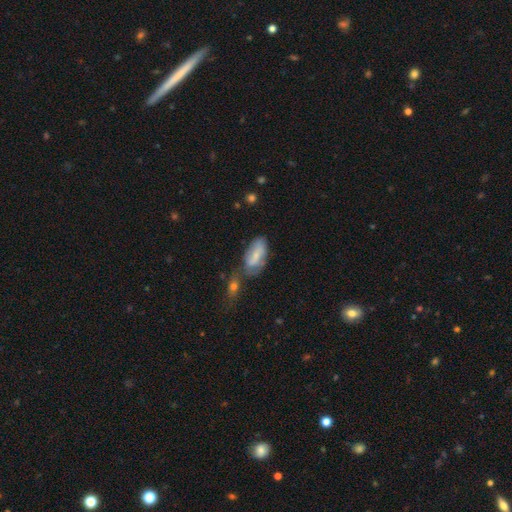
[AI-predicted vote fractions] A smooth galaxy with no disk features (61%) that is in between round and cigar-shaped (89%).

Vote fractions:
- Smooth or featured? smooth: 61% / featured or disk: 32% / star or artifact: 7%
- How rounded? in between: 89% / cigar-shaped: 9% / round: 3%
- Merging? none: 42% / merger: 25% / minor disturbance: 23% / major disturbance: 11%